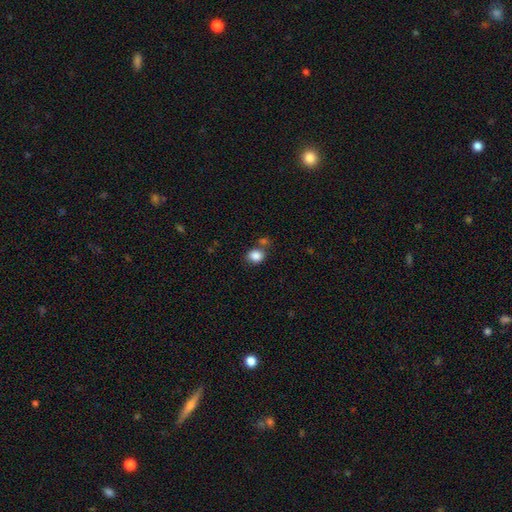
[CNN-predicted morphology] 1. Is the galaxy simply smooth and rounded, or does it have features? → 86% smooth, 10% star or artifact, 4% featured or disk.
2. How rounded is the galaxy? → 63% round, 36% in between, 1% cigar-shaped.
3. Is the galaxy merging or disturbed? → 67% none, 15% merger, 13% minor disturbance, 5% major disturbance.